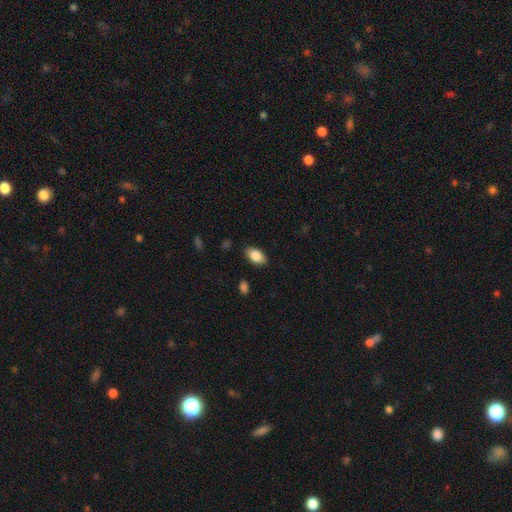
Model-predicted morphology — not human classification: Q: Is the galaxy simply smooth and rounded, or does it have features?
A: smooth — 85%.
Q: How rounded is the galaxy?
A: in between — 92%.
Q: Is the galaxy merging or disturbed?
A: none — 85%.